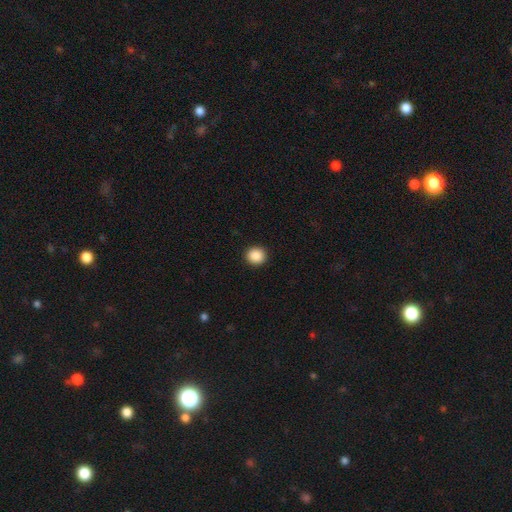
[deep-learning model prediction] Q: Smooth or featured?
A: smooth (89%); runner-up: star or artifact (9%)
Q: How rounded?
A: round (89%); runner-up: in between (10%)
Q: Merging?
A: none (93%); runner-up: minor disturbance (5%)